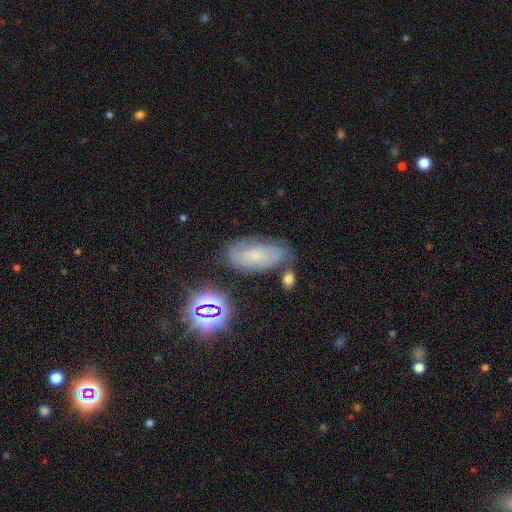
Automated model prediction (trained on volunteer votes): smooth_or_featured: smooth (p=0.42) [alt: featured or disk p=0.40]
merging: none (p=0.65) [alt: minor disturbance p=0.22]